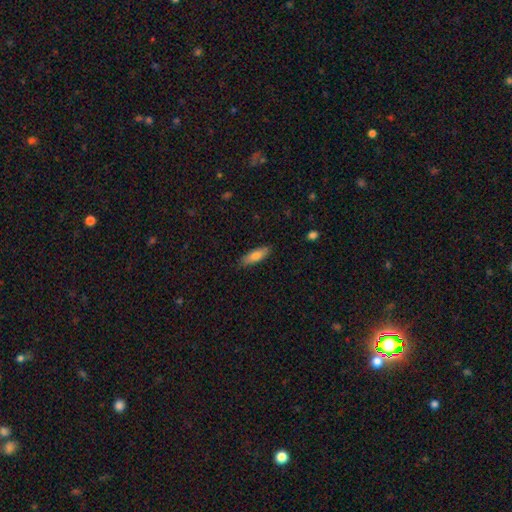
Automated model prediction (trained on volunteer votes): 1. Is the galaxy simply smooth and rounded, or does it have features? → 77% smooth, 17% featured or disk, 6% star or artifact.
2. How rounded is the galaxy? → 54% in between, 44% cigar-shaped, 2% round.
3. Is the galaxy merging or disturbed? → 86% none, 11% minor disturbance, 2% major disturbance, 1% merger.